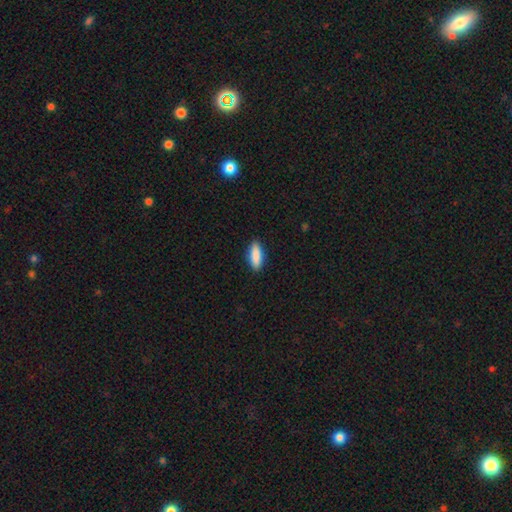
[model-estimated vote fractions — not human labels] Q: Smooth or featured?
A: smooth (89%); runner-up: star or artifact (6%)
Q: How rounded?
A: in between (69%); runner-up: cigar-shaped (29%)
Q: Merging?
A: none (90%); runner-up: minor disturbance (8%)